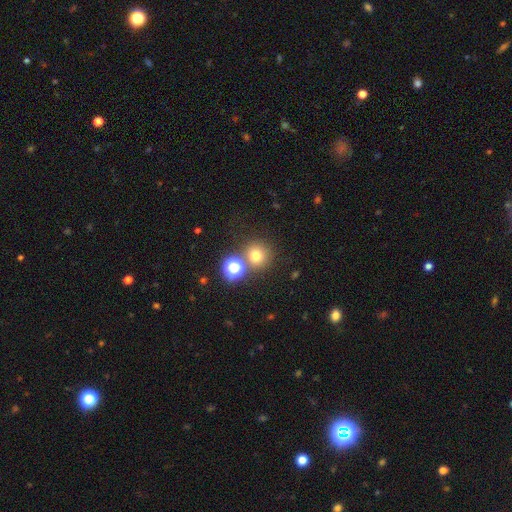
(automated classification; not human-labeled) This is likely a smooth galaxy (72%). How rounded: clearly round (92%). Merging: likely none (72%).